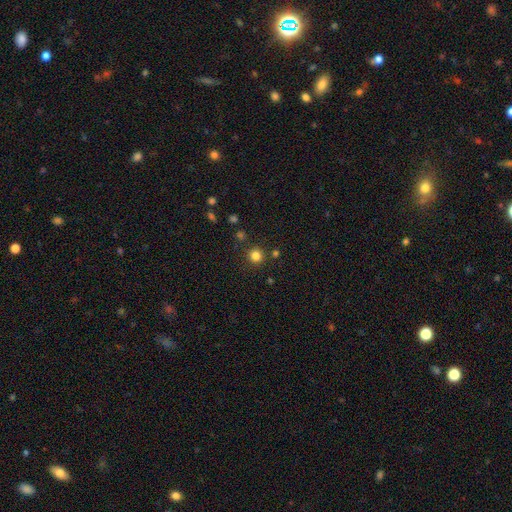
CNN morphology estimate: This is clearly a smooth galaxy (81%). How rounded: clearly round (95%). Merging: clearly none (87%).